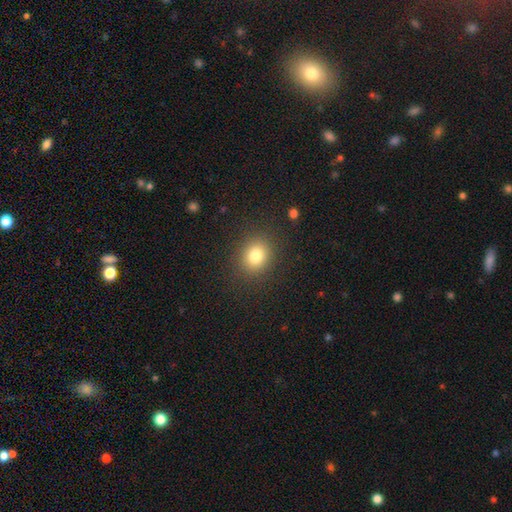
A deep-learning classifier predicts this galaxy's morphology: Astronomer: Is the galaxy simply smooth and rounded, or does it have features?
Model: smooth — 80%.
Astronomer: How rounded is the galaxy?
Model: round — 70%.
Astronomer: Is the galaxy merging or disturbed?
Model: none — 88%.